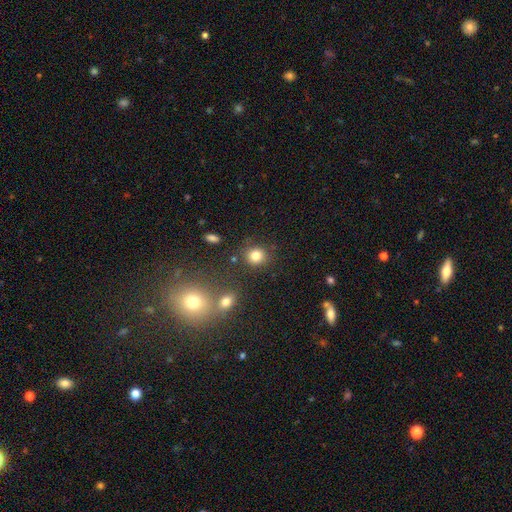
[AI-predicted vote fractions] Overall: smooth (82%). How rounded: round (80%). Merging: none (80%).